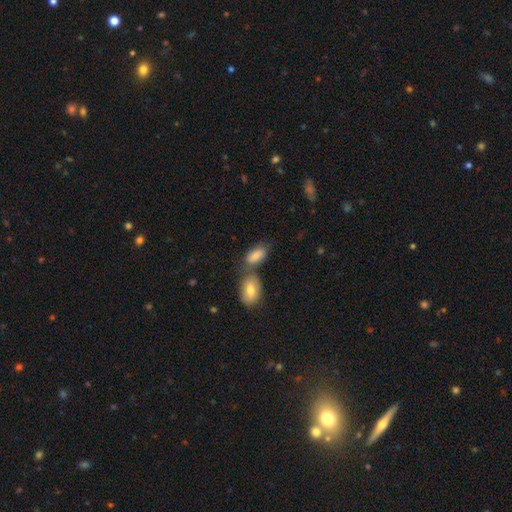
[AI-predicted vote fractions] Smooth or featured: smooth — 82% (featured or disk — 10%)
How rounded: in between — 91% (cigar-shaped — 5%)
Merging: none — 43% (merger — 39%)